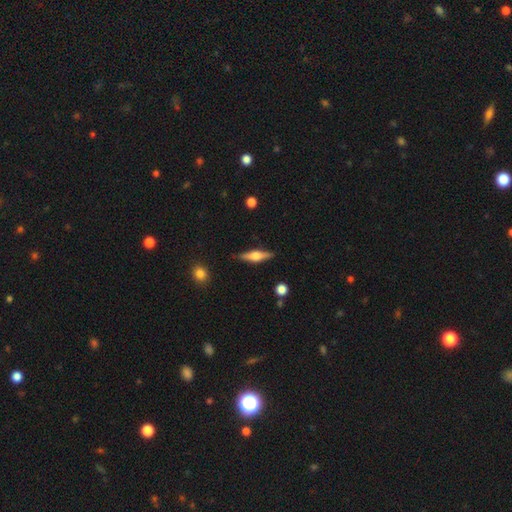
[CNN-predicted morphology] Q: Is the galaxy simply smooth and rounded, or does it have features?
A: featured or disk — 64%.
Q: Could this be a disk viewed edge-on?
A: yes — 96%.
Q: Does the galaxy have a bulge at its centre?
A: rounded — 91%.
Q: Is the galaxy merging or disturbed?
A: none — 88%.